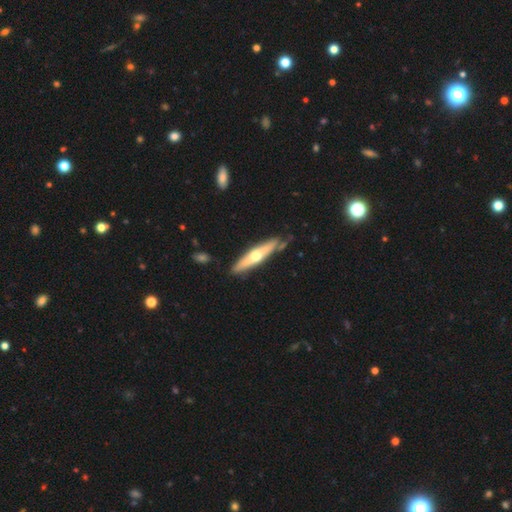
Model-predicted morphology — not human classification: Smooth or featured?
  - featured or disk: 60% *
  - smooth: 36%
  - star or artifact: 5%
Edge-on disk?
  - yes: 88% *
  - no: 12%
Edge-on bulge?
  - rounded: 91% *
  - none: 6%
  - boxy: 3%
Merging?
  - none: 78% *
  - minor disturbance: 15%
  - merger: 3%
  - major disturbance: 3%